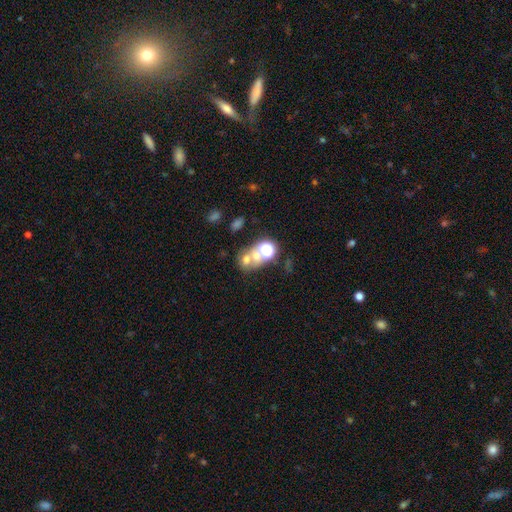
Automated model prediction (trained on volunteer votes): Smooth or featured?
  - smooth: 51% *
  - star or artifact: 29%
  - featured or disk: 20%
How rounded?
  - round: 60% *
  - in between: 38%
  - cigar-shaped: 1%
Merging?
  - merger: 50% *
  - none: 36%
  - minor disturbance: 8%
  - major disturbance: 7%